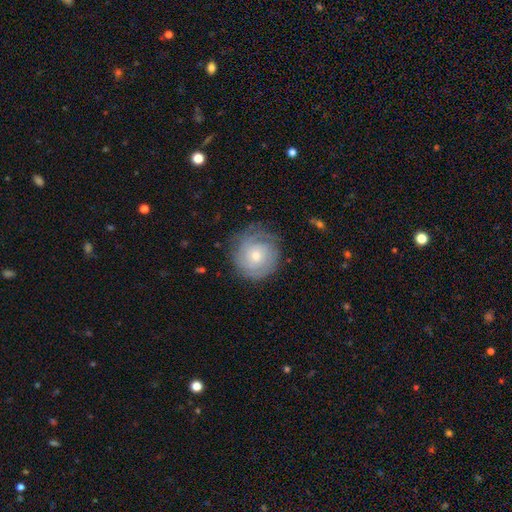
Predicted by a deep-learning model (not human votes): Overall: featured or disk (71%). Edge-on disk: no (97%). Bar: no (80%). Spiral arms: yes (91%). Spiral arm count: can't tell (45%; 2 19%). Spiral winding: tight (77%). Bulge size: moderate (55%; small 39%). Merging: none (75%).